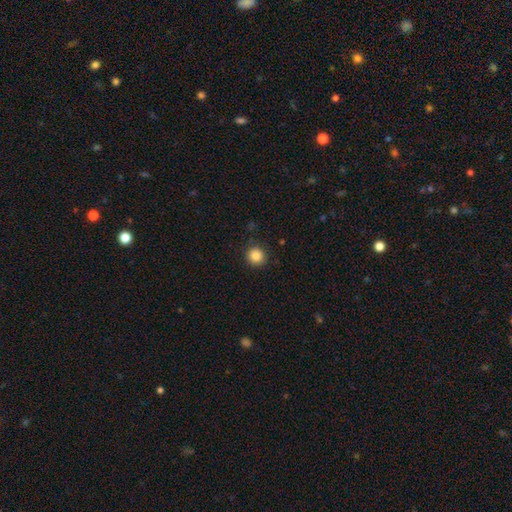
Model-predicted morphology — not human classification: A smooth galaxy with no disk features (86%) that is round (92%).

Vote fractions:
- Smooth or featured? smooth: 86% / star or artifact: 10% / featured or disk: 4%
- How rounded? round: 92% / in between: 7% / cigar-shaped: 1%
- Merging? none: 90% / minor disturbance: 7% / major disturbance: 2% / merger: 1%